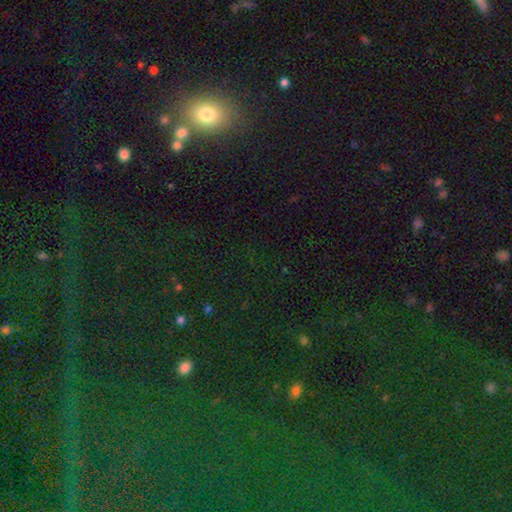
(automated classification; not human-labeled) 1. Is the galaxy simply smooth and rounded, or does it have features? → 54% star or artifact, 36% smooth, 10% featured or disk.